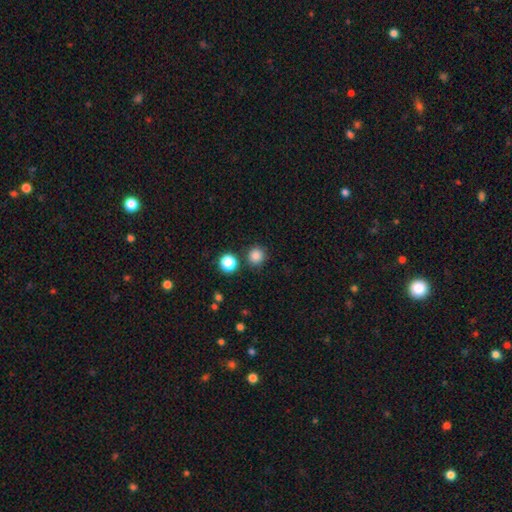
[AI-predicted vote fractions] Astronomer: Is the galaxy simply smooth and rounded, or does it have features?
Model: smooth — 84%.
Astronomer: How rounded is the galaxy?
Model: round — 93%.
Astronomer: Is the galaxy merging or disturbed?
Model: none — 84%.